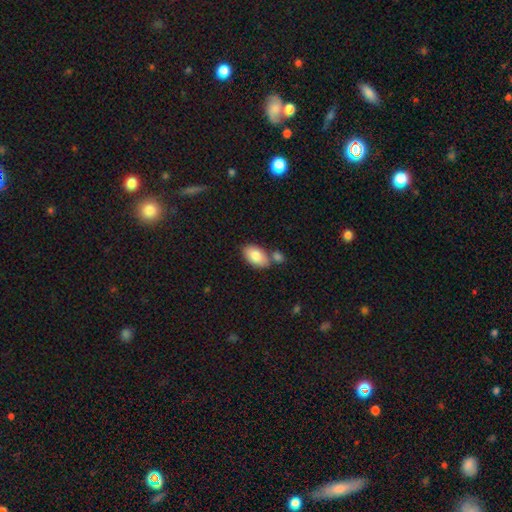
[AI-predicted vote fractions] smooth 82%, featured or disk 11%, star or artifact 6%. Down the decision tree: how rounded — in between (93%); merging — none (60%).